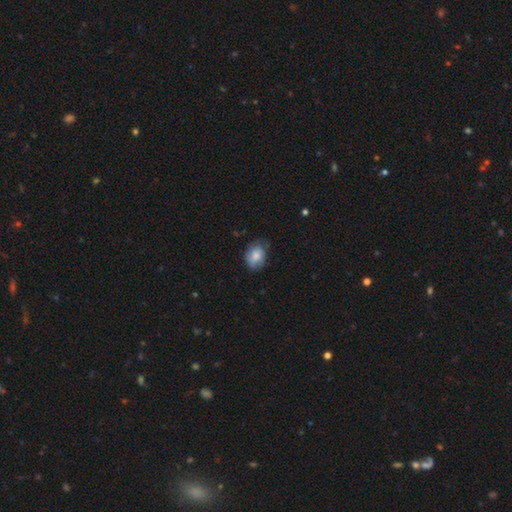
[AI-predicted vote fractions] Overall: smooth (75%). How rounded: in between (65%; round 34%). Merging: none (59%; minor disturbance 31%).